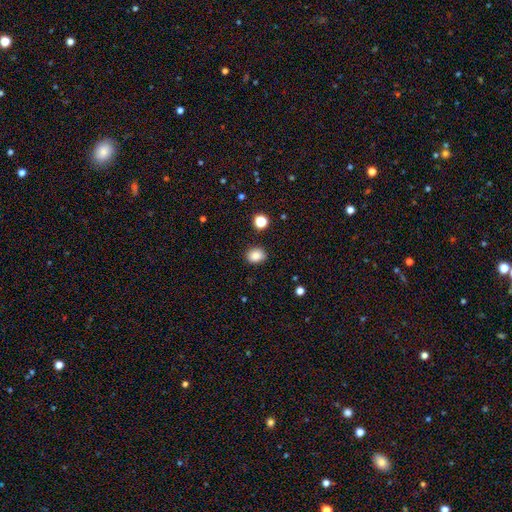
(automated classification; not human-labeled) Smooth or featured: smooth — 85% (star or artifact — 10%)
How rounded: round — 51% (in between — 48%)
Merging: none — 87% (minor disturbance — 9%)